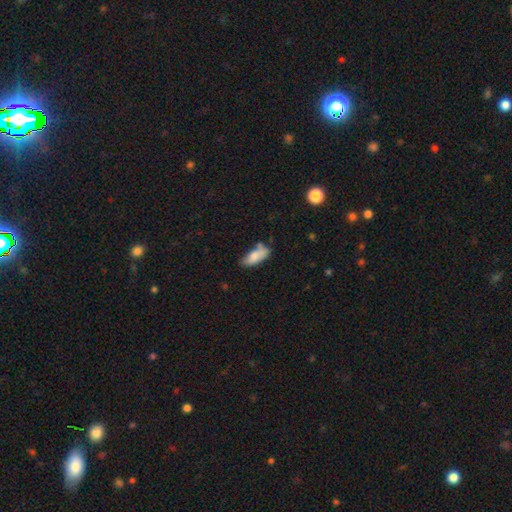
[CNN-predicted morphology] smooth 75%, featured or disk 17%, star or artifact 8%. Down the decision tree: how rounded — in between (78%); merging — none (46%).